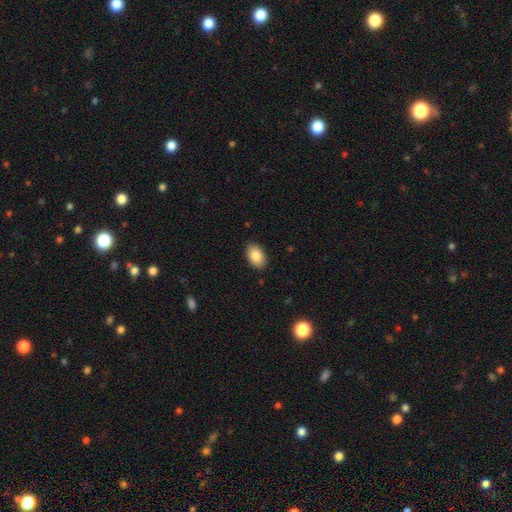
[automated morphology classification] type=smooth (87%); roundness=in between (91%); merging=none (88%).